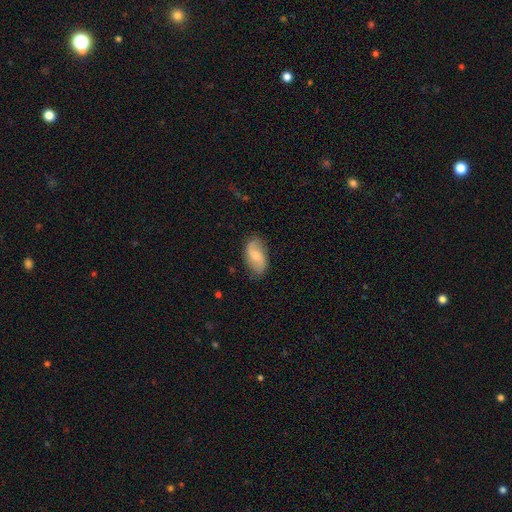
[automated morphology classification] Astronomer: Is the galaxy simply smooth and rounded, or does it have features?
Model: featured or disk — 55% (runner-up: smooth, 39%).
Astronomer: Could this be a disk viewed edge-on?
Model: no — 95%.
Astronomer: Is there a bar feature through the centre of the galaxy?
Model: no — 57% (runner-up: weak, 35%).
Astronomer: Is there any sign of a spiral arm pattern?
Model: yes — 87%.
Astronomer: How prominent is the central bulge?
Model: small — 51% (runner-up: moderate, 43%).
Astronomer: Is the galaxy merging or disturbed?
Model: none — 80%.